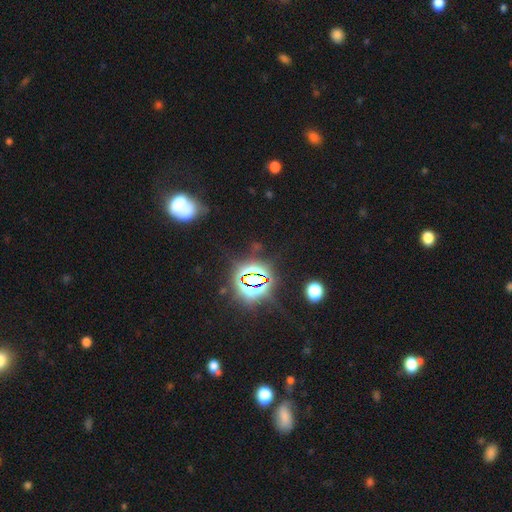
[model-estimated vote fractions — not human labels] smooth_or_featured: star or artifact (p=0.81) [alt: smooth p=0.12]